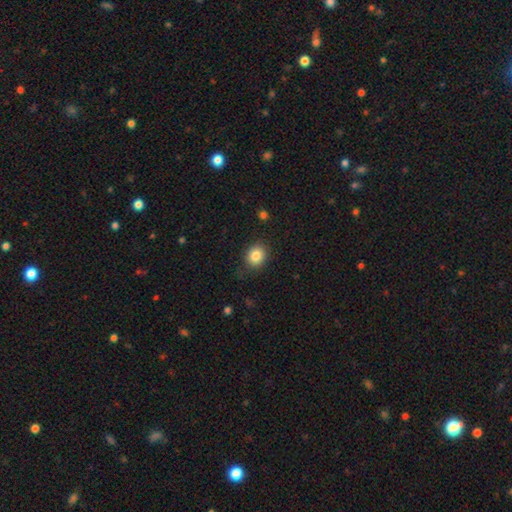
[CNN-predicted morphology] Q: Smooth or featured?
A: smooth (85%); runner-up: star or artifact (9%)
Q: How rounded?
A: round (68%); runner-up: in between (31%)
Q: Merging?
A: none (80%); runner-up: minor disturbance (15%)